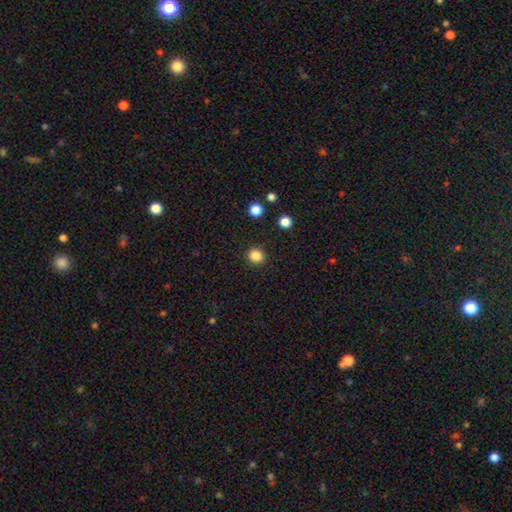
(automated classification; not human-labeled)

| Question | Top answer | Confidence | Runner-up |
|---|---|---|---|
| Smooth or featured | smooth | 85% | star or artifact (11%) |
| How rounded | round | 88% | in between (11%) |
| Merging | none | 91% | minor disturbance (6%) |